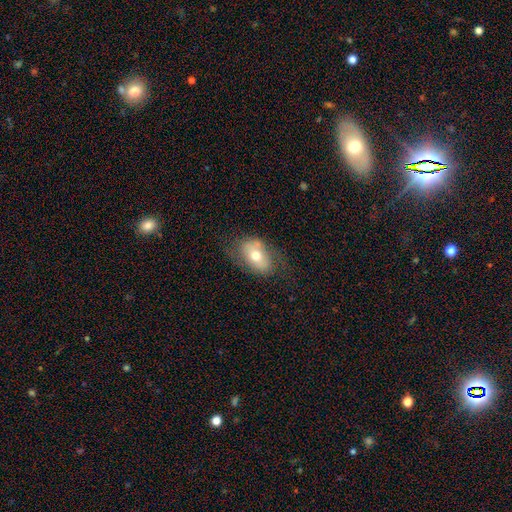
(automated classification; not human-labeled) This appears to be a smooth galaxy with no disk features (61%) that is in between round and cigar-shaped (86%). Merging: none (62%).